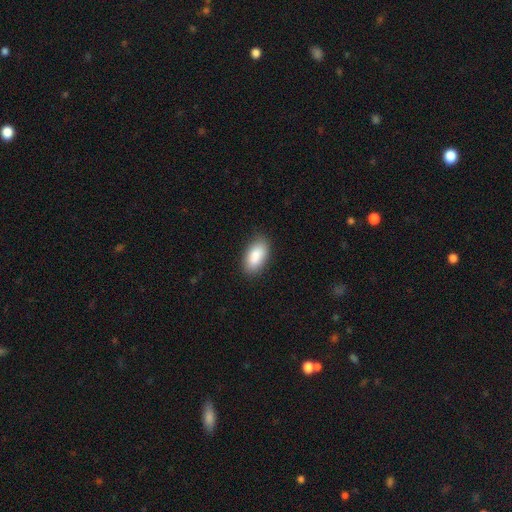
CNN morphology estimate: Smooth or featured? Predicted: smooth (p=0.88). How rounded? Predicted: in between (p=0.94). Merging? Predicted: none (p=0.86).